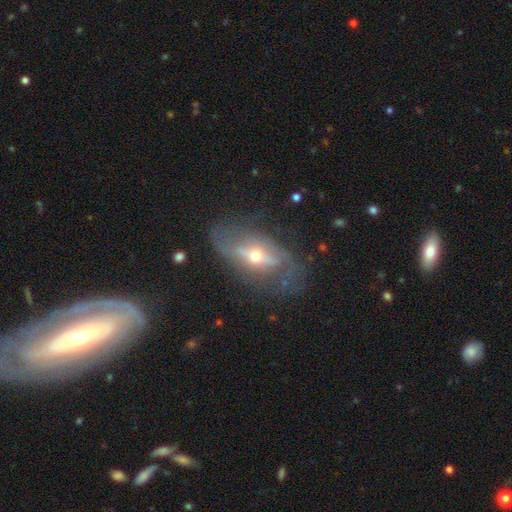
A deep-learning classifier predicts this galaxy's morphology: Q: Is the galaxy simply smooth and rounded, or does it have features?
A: featured or disk — 68%.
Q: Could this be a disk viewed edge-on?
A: no — 68%.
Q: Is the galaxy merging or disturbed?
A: none — 58%.